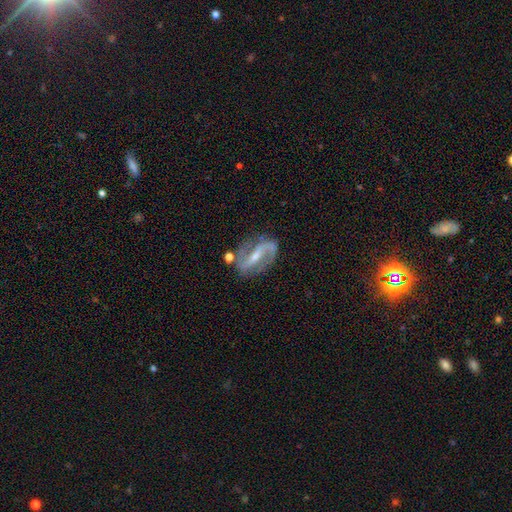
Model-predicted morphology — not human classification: Smooth or featured? Predicted: featured or disk (p=0.87). Edge-on disk? Predicted: no (p=0.95). Bar? Predicted: strong (p=0.57). Spiral arms? Predicted: yes (p=0.94). Spiral winding? Predicted: loose (p=0.45). Spiral arm count? Predicted: 2 (p=0.88). Bulge size? Predicted: small (p=0.56). Merging? Predicted: none (p=0.71).